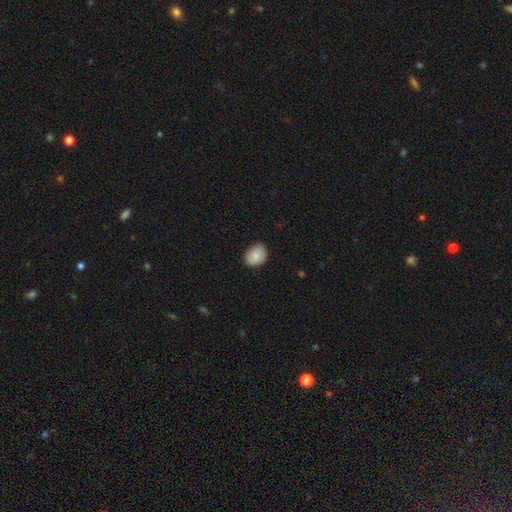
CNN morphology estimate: A smooth galaxy with no disk features (85%) that is in between round and cigar-shaped (65%).

Vote fractions:
- Smooth or featured? smooth: 85% / featured or disk: 8% / star or artifact: 7%
- How rounded? in between: 65% / round: 34% / cigar-shaped: 1%
- Merging? none: 82% / minor disturbance: 15% / major disturbance: 2% / merger: 1%